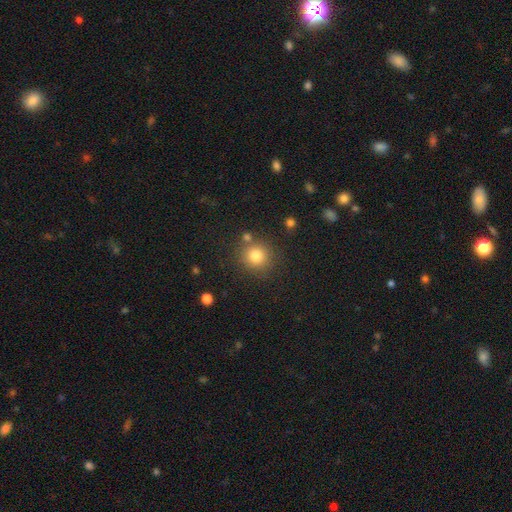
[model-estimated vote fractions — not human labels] The model was most divided on "smooth or featured": smooth: 81%, star or artifact: 12%, featured or disk: 7%. More confident: how rounded — round (91%); merging — none (78%).